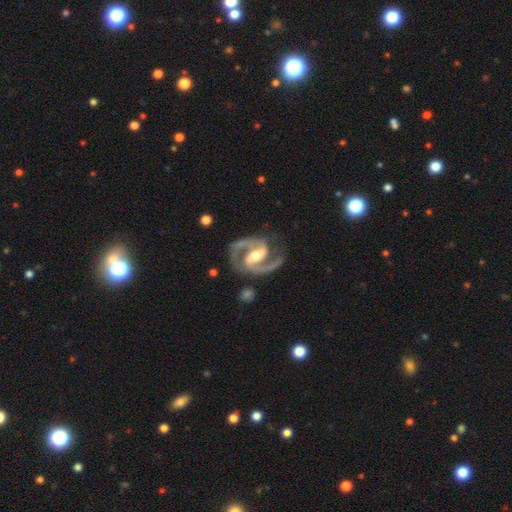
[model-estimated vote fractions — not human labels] Overall: featured or disk (94%). Edge-on disk: no (98%). Bar: strong (57%; weak 31%). Spiral arms: yes (98%). Spiral arm count: 2 (94%). Spiral winding: medium (65%). Bulge size: moderate (64%). Merging: none (79%).